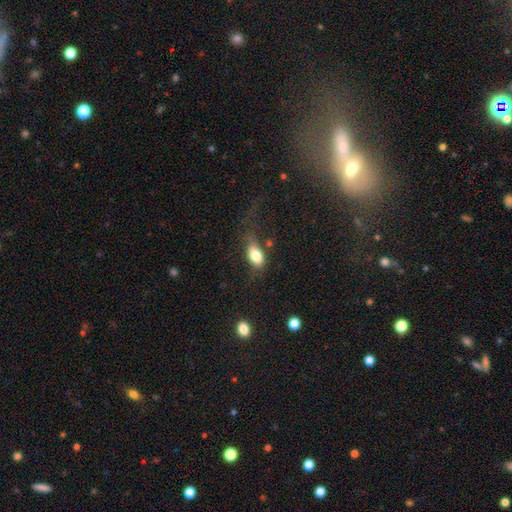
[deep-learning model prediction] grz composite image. It shows a smooth galaxy with no disk features (79%) that is in between round and cigar-shaped (89%). Merging: none (48%).